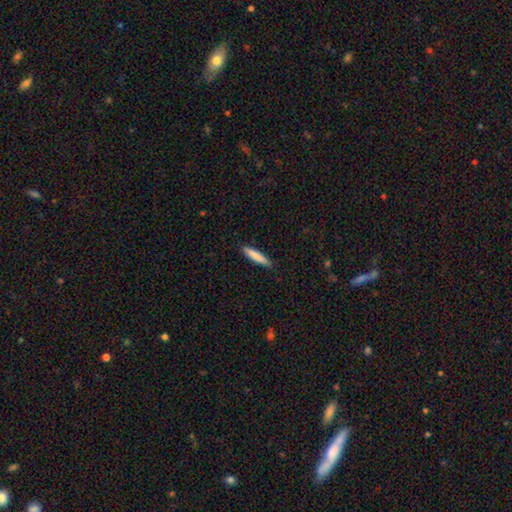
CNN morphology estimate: Q: Smooth or featured?
A: smooth (83%); runner-up: featured or disk (11%)
Q: How rounded?
A: cigar-shaped (88%); runner-up: in between (10%)
Q: Merging?
A: none (89%); runner-up: minor disturbance (8%)